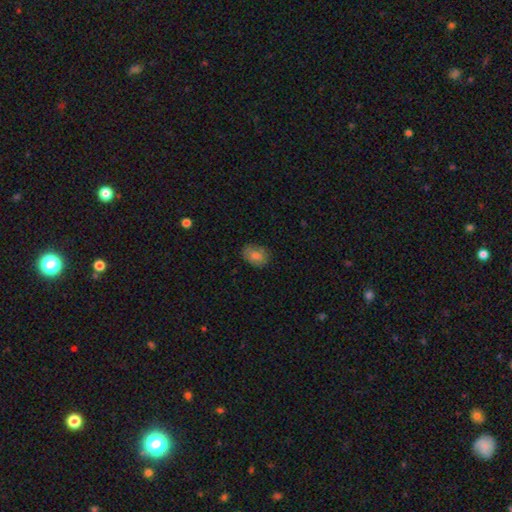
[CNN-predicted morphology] type=smooth (78%); roundness=in between (69%); merging=none (79%).